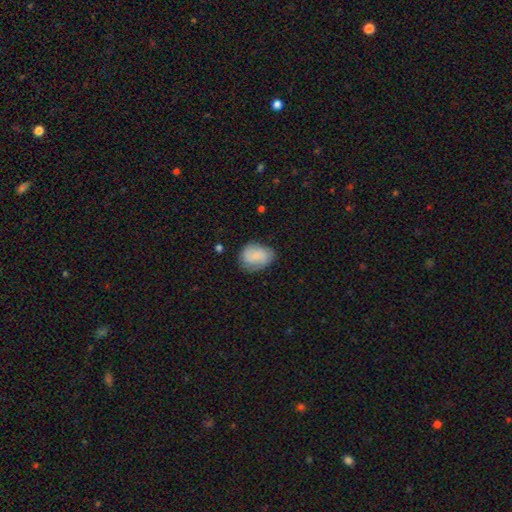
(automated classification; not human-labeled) The model was most divided on "how rounded": in between: 60%, round: 39%, cigar-shaped: 1%. More confident: smooth or featured — smooth (77%); merging — none (65%).